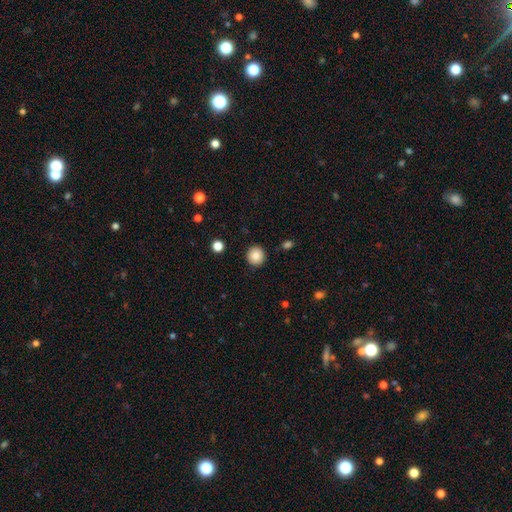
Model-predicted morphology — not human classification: Overall: smooth (87%). How rounded: round (91%). Merging: none (91%).